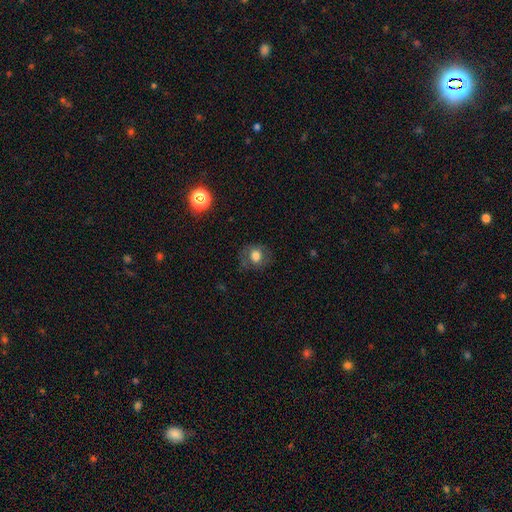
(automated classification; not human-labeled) Morphology: type=smooth (72%); roundness=round (71%); merging=none (73%).